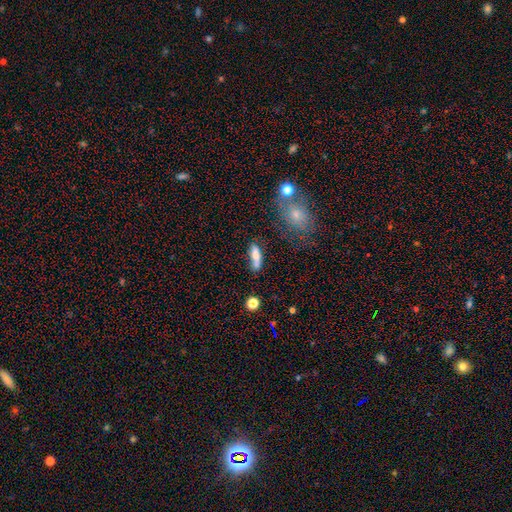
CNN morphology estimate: type=smooth (73%); roundness=in between (50%); merging=none (47%).